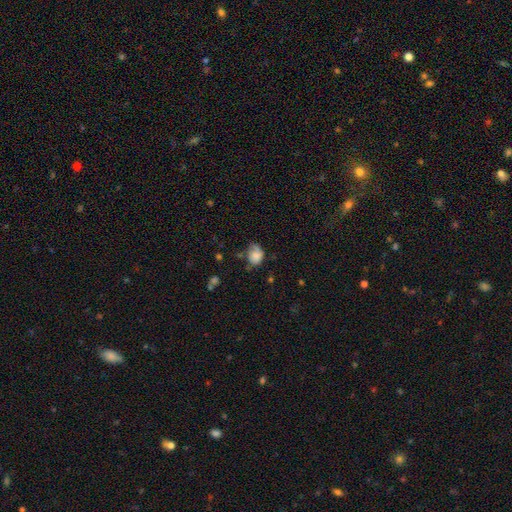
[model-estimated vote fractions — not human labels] The model was most divided on "merging": none: 39%, minor disturbance: 38%, major disturbance: 17%, merger: 5%. More confident: smooth or featured — smooth (78%); how rounded — in between (58%).